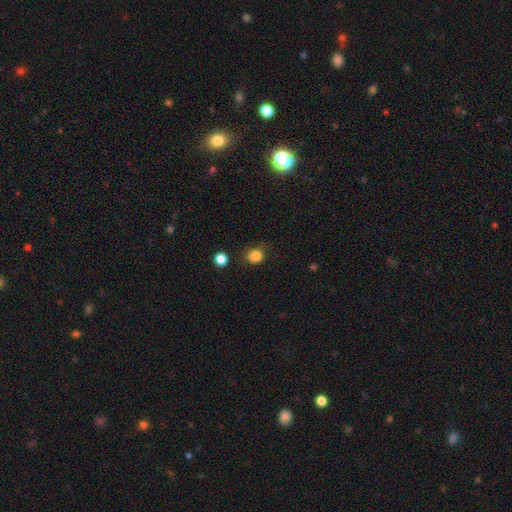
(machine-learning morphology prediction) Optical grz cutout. It shows a smooth galaxy with no disk features (84%) that is round (74%). Merging: none (65%).